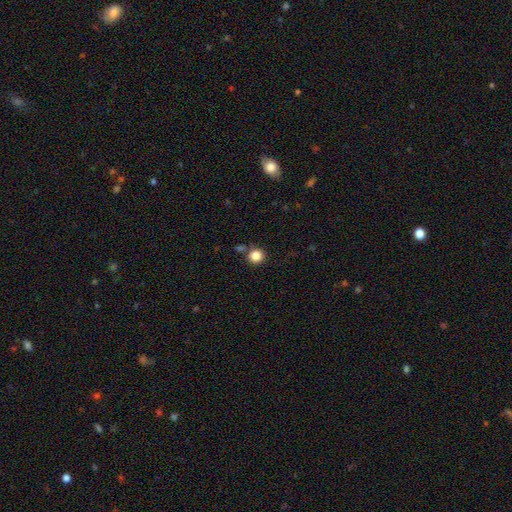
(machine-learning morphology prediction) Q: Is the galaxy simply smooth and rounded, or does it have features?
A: smooth — 85%.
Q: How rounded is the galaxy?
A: round — 93%.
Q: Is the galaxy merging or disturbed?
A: none — 79%.